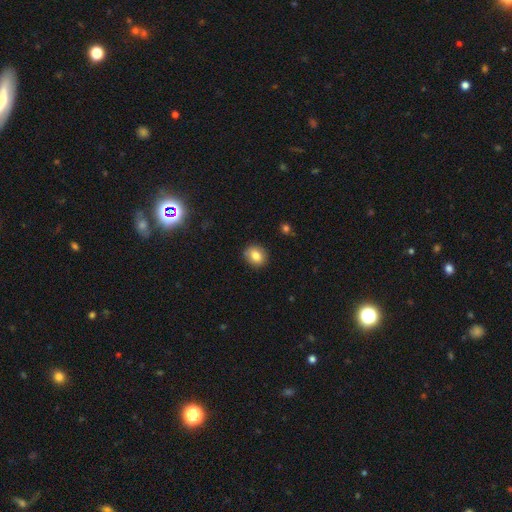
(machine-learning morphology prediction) This appears to be a smooth galaxy with no disk features (81%) that is round (70%). Merging: none (87%).